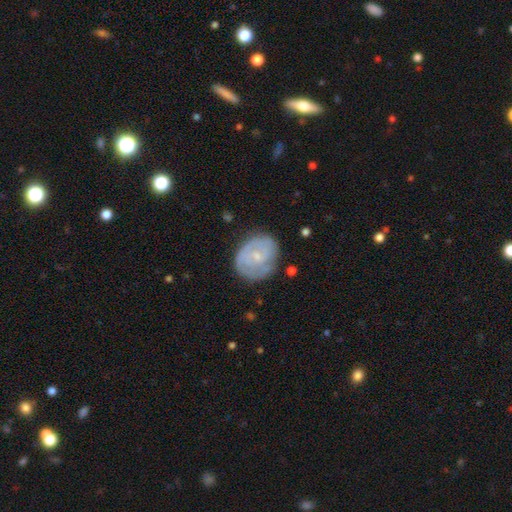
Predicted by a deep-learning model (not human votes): smooth-or-featured: featured or disk: 66% | smooth: 28% | star or artifact: 6%
  disk-edge-on: no: 98% | yes: 2%
    bar: no: 66% | weak: 29% | strong: 5%
    has-spiral-arms: yes: 79% | no: 21%
      spiral-winding: tight: 63% | medium: 27% | loose: 10%
      spiral-arm-count: can't tell: 41% | 2: 33% | 3: 11% | 1: 7% | 4: 4% | more than 4: 3%
    bulge-size: small: 71% | moderate: 22% | none: 5% | large: 1% | dominant: 1%
  merging: none: 70% | minor disturbance: 21% | major disturbance: 7% | merger: 2%